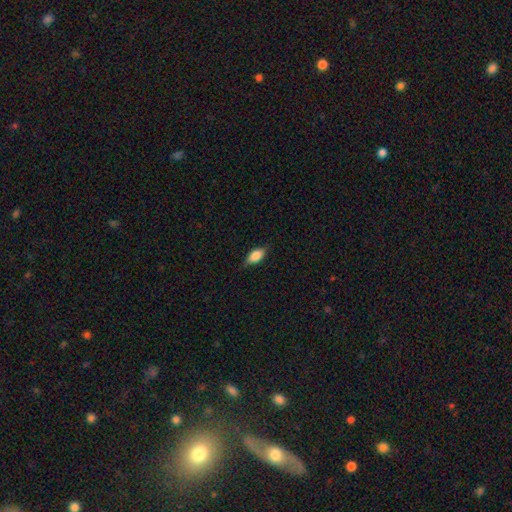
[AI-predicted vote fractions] This appears to be a smooth galaxy with no disk features (79%) that is in between round and cigar-shaped (87%). Merging: none (77%).